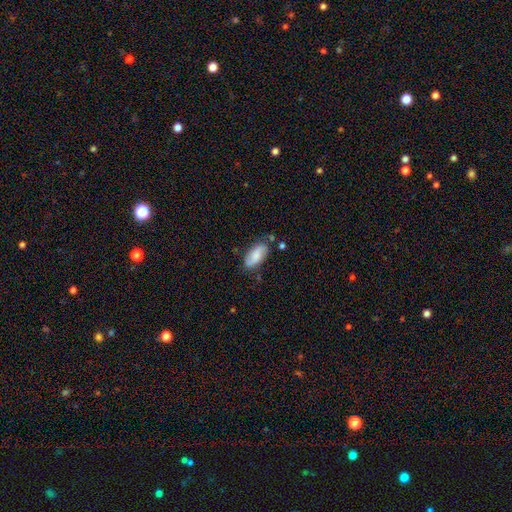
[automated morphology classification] A smooth galaxy with no disk features (64%) that is in between round and cigar-shaped (89%).

Vote fractions:
- Smooth or featured? smooth: 64% / featured or disk: 29% / star or artifact: 7%
- How rounded? in between: 89% / cigar-shaped: 8% / round: 3%
- Merging? none: 69% / minor disturbance: 22% / major disturbance: 5% / merger: 4%